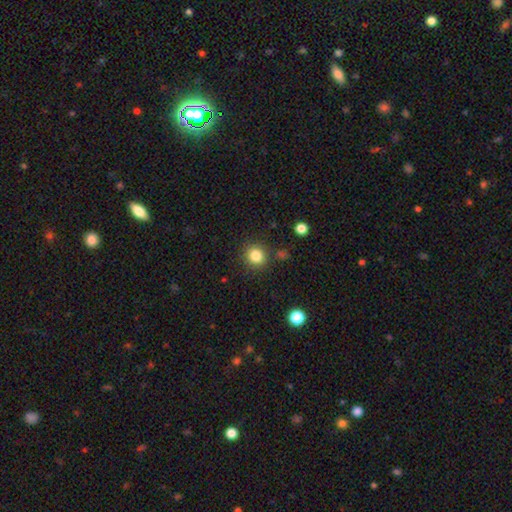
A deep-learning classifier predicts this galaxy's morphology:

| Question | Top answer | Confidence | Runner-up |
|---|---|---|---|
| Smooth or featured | smooth | 83% | star or artifact (11%) |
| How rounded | round | 88% | in between (11%) |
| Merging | none | 86% | minor disturbance (8%) |